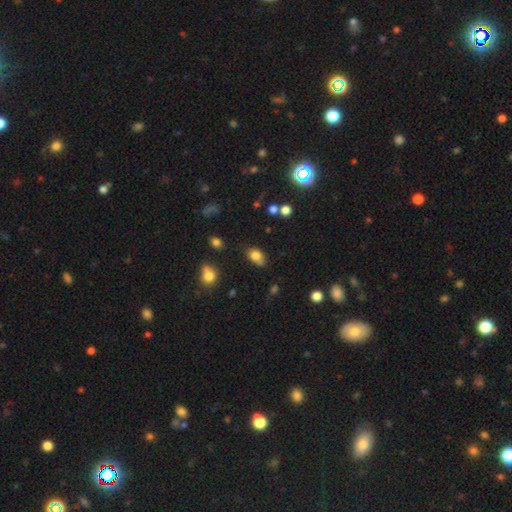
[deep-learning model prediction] Smooth or featured?
  - smooth: 79% *
  - star or artifact: 11%
  - featured or disk: 10%
How rounded?
  - in between: 70% *
  - round: 28%
  - cigar-shaped: 2%
Merging?
  - none: 52% *
  - minor disturbance: 27%
  - merger: 13%
  - major disturbance: 7%